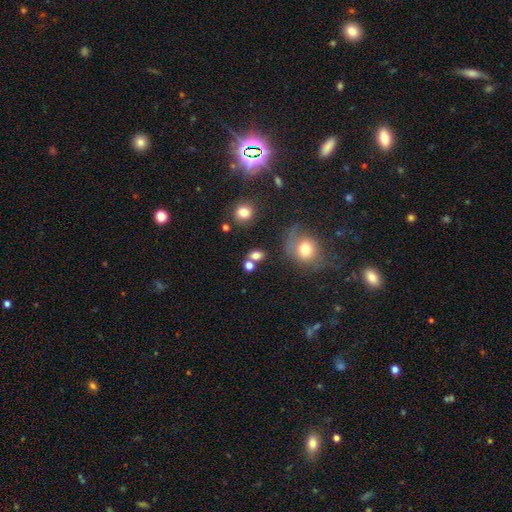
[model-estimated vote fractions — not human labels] The model was most divided on "how rounded": in between: 58%, round: 39%, cigar-shaped: 3%. More confident: smooth or featured — smooth (76%); merging — none (61%).